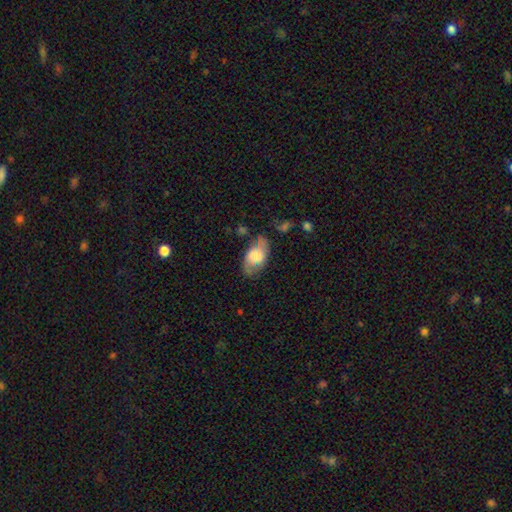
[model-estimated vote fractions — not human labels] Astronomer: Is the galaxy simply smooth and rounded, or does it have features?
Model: smooth — 62%.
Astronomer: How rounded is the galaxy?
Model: in between — 93%.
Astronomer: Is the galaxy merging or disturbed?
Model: none — 61%.